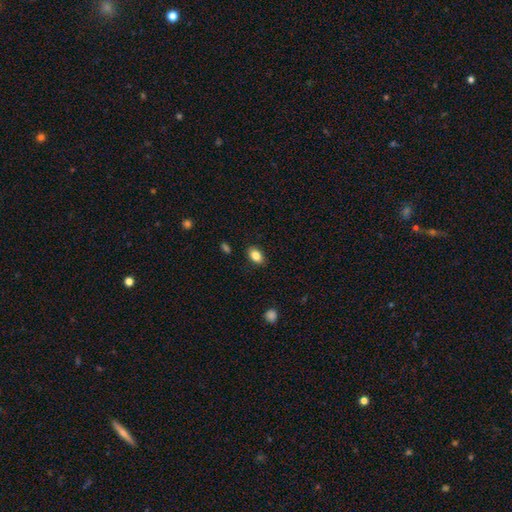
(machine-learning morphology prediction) Smooth or featured?
  - smooth: 85% *
  - star or artifact: 8%
  - featured or disk: 7%
How rounded?
  - in between: 87% *
  - round: 12%
  - cigar-shaped: 2%
Merging?
  - none: 88% *
  - minor disturbance: 9%
  - major disturbance: 2%
  - merger: 1%